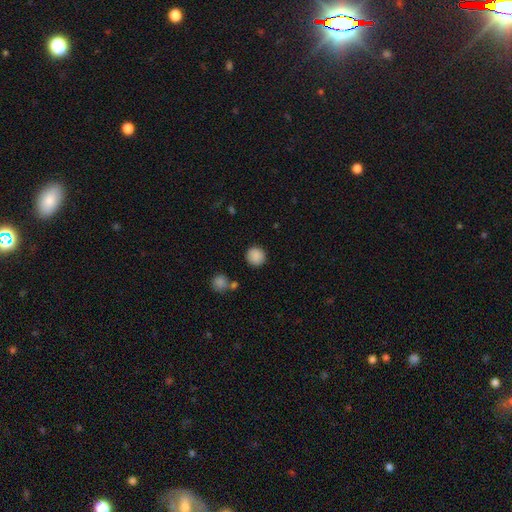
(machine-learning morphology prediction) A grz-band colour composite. It shows a smooth galaxy with no disk features (88%) that is round (94%). Merging: none (88%).